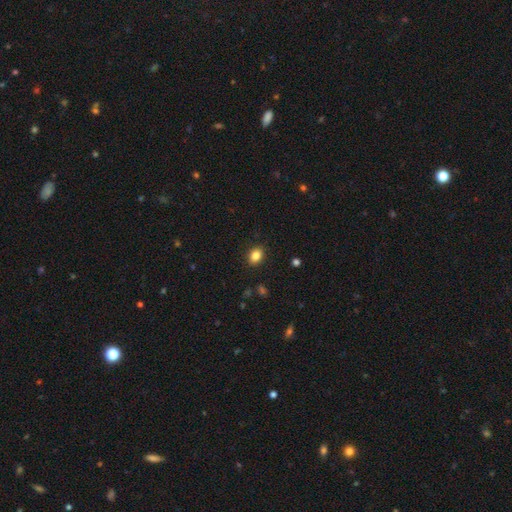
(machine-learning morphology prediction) Smooth or featured? smooth (85%)
How rounded? in between (64%)
Merging? none (88%)